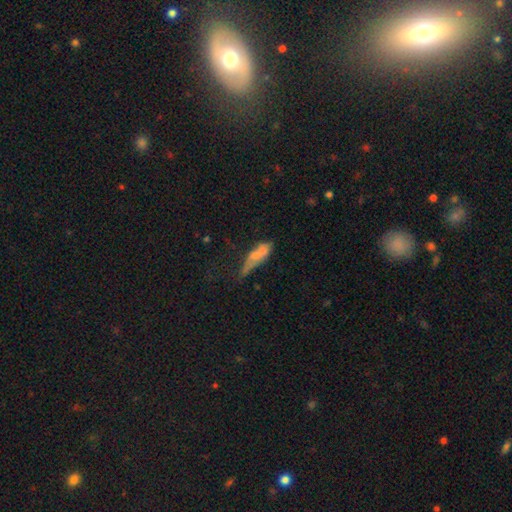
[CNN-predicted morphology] Q: Smooth or featured?
A: smooth (53%); runner-up: featured or disk (36%)
Q: How rounded?
A: in between (48%); tied with: cigar-shaped (48%)
Q: Merging?
A: merger (30%); runner-up: none (27%)